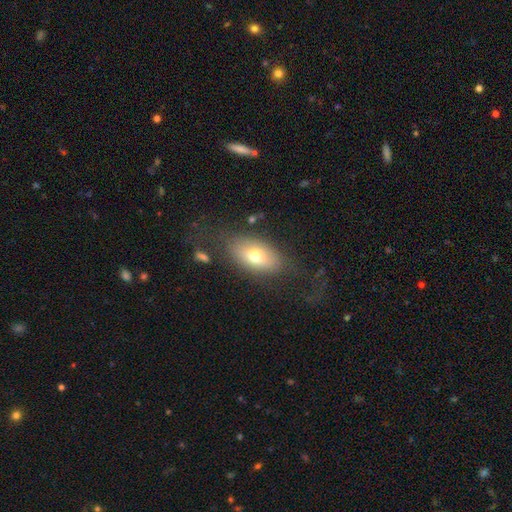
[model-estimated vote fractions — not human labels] Overall: smooth (70%). How rounded: in between (88%). Merging: none (68%).